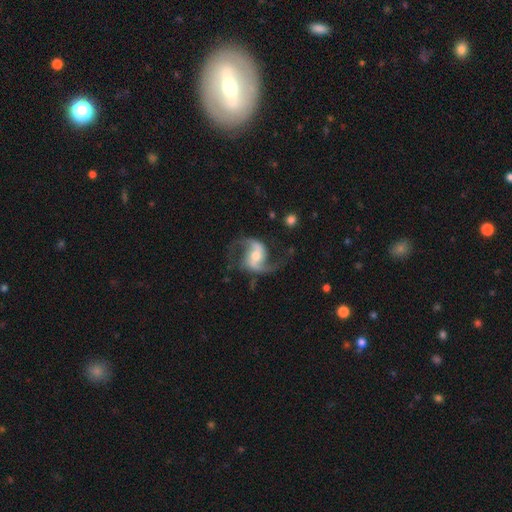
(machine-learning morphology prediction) type=featured or disk (91%); edge-on=no (98%); bar=weak (42%); spiral arms=yes (98%); winding=loose (54%); arm count=2 (94%); bulge=moderate (62%); merging=none (75%).